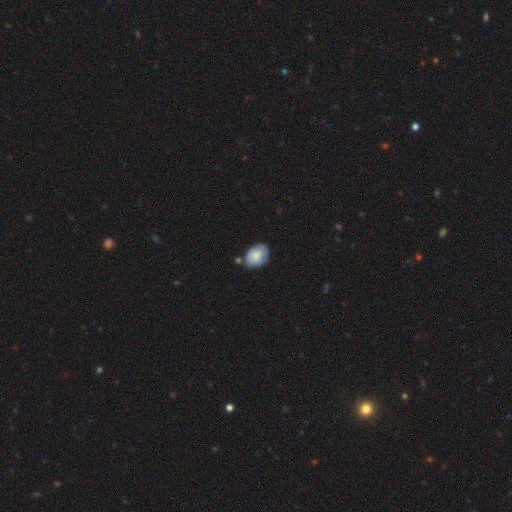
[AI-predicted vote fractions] This is clearly a smooth galaxy (80%). How rounded: likely in between (73%). Merging: likely none (66%).